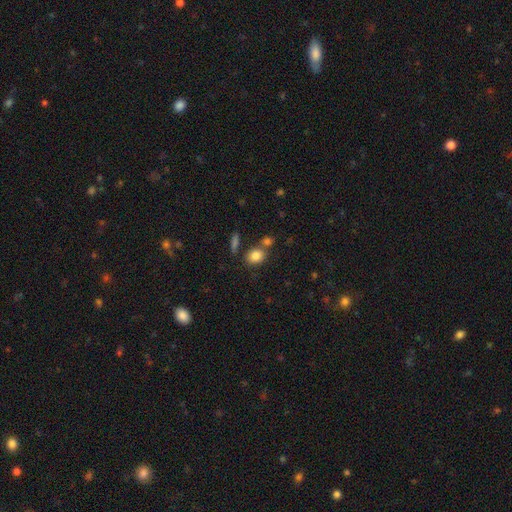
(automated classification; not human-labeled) A smooth galaxy with no disk features (84%) that is in between round and cigar-shaped (55%). Merging: none (62%).